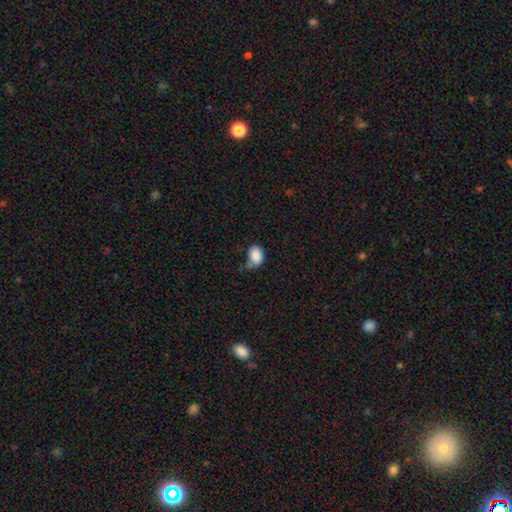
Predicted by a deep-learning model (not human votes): Morphology: type=smooth (87%); roundness=in between (70%); merging=none (44%).